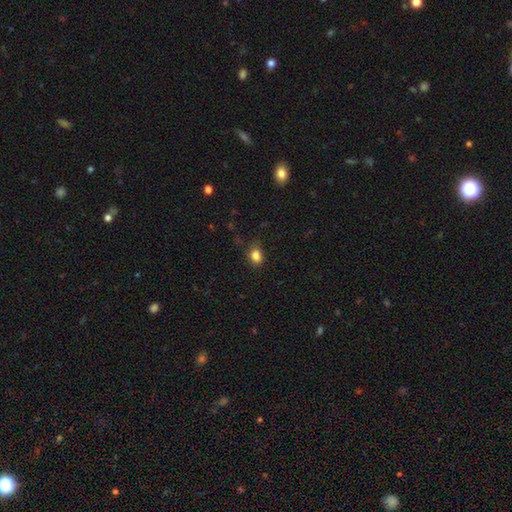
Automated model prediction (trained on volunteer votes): The model was most divided on "how rounded": in between: 60%, round: 39%, cigar-shaped: 1%. More confident: smooth or featured — smooth (84%); merging — none (70%).